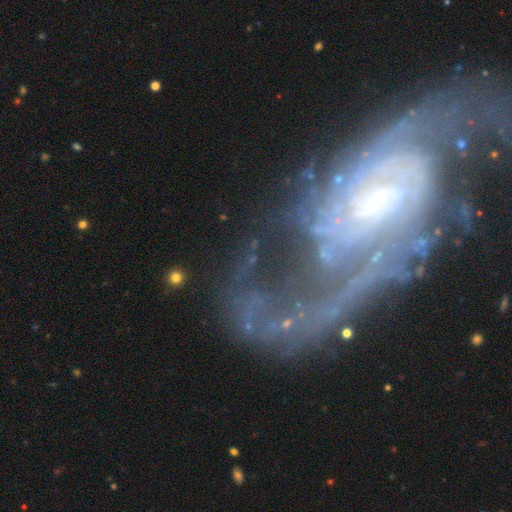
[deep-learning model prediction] Smooth or featured: featured or disk — 86% (star or artifact — 7%)
Edge-on disk: no — 96% (yes — 4%)
Bar: no — 46% (weak — 37%)
Spiral arms: yes — 94% (no — 6%)
Spiral winding: tight — 39% (medium — 38%)
Spiral arm count: 2 — 45% (can't tell — 23%)
Bulge size: small — 62% (moderate — 24%)
Merging: none — 52% (major disturbance — 26%)